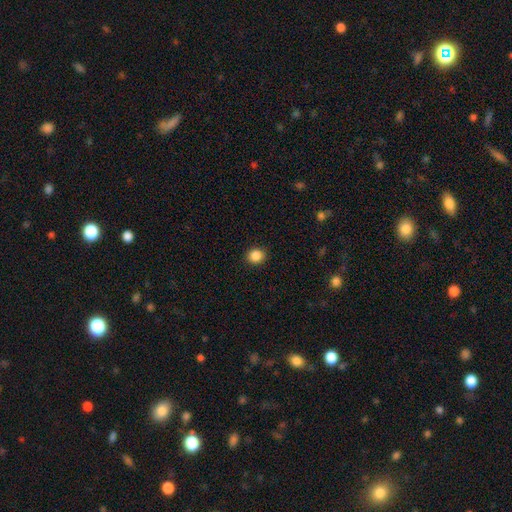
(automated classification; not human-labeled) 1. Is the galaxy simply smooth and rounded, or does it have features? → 87% smooth, 10% star or artifact, 3% featured or disk.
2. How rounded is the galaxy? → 85% round, 14% in between, 1% cigar-shaped.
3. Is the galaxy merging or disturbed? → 91% none, 6% minor disturbance, 2% major disturbance, 1% merger.